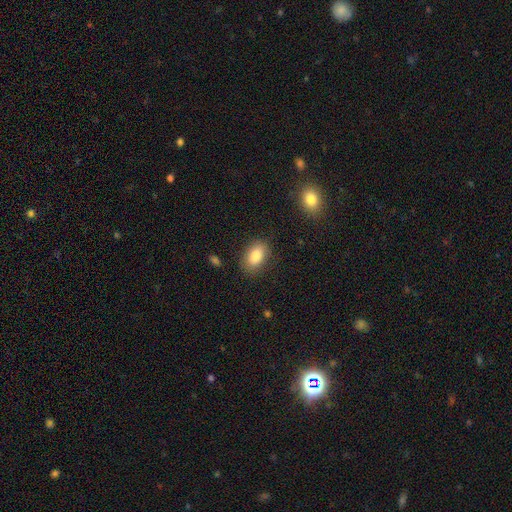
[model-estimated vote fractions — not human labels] Morphology: type=smooth (86%); roundness=in between (90%); merging=none (83%).